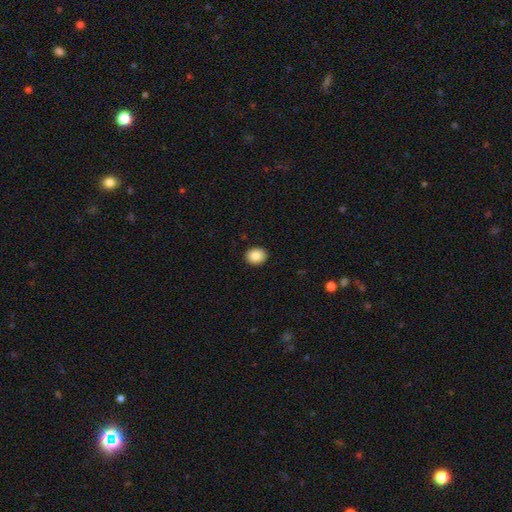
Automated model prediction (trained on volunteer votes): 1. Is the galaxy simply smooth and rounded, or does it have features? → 87% smooth, 8% star or artifact, 5% featured or disk.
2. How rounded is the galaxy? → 61% round, 38% in between, 1% cigar-shaped.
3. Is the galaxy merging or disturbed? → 91% none, 6% minor disturbance, 2% major disturbance, 1% merger.